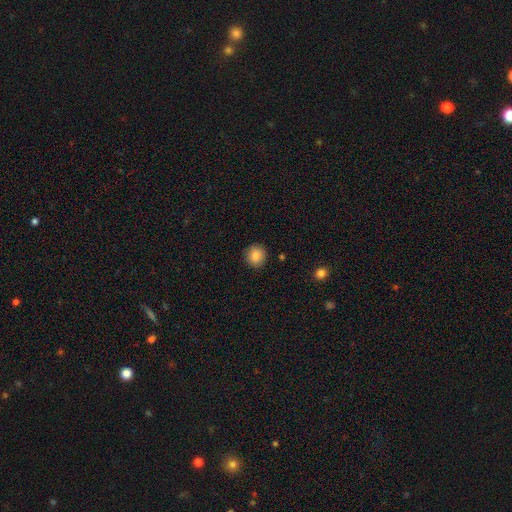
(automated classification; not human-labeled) Q: Smooth or featured?
A: smooth (87%); runner-up: star or artifact (9%)
Q: How rounded?
A: round (91%); runner-up: in between (8%)
Q: Merging?
A: none (90%); runner-up: minor disturbance (7%)